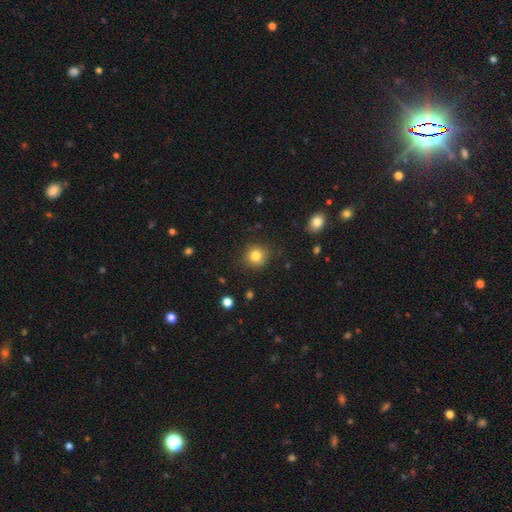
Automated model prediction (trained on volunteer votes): Smooth or featured: smooth — 82% (star or artifact — 11%)
How rounded: round — 90% (in between — 9%)
Merging: none — 87% (minor disturbance — 9%)